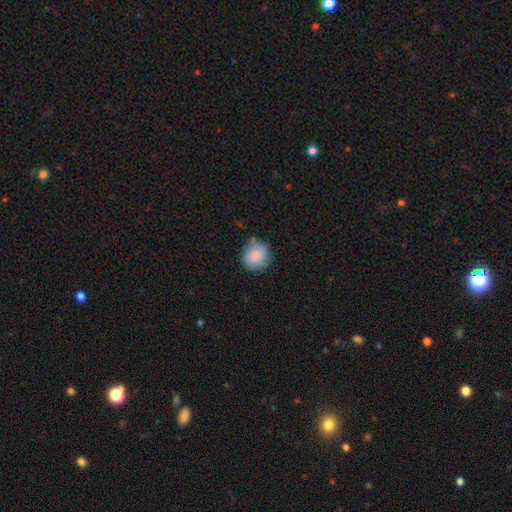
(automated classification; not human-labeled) smooth 86%, star or artifact 7%, featured or disk 7%. Down the decision tree: how rounded — round (83%); merging — none (79%).